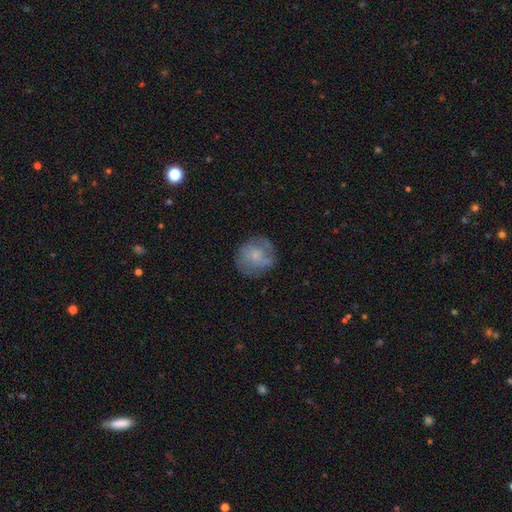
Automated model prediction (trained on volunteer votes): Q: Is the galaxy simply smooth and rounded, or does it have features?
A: smooth — 51%.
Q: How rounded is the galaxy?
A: round — 85%.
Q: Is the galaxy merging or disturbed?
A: none — 70%.